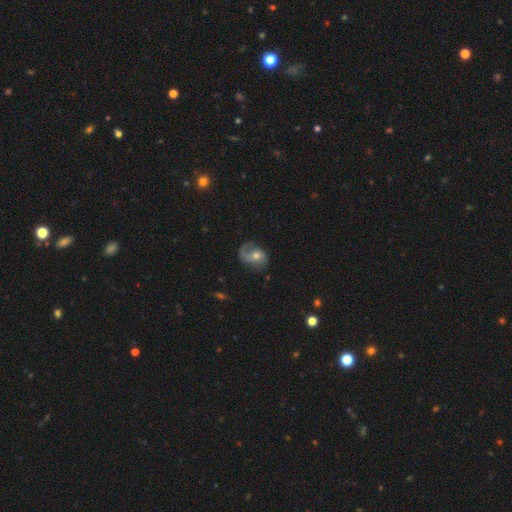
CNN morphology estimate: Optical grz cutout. It shows a featured or disk galaxy (71%) with no bar (61%), 2 (65%) loose (44%) spiral arms (91%) and a moderate central bulge (54%). Merging: none (60%).